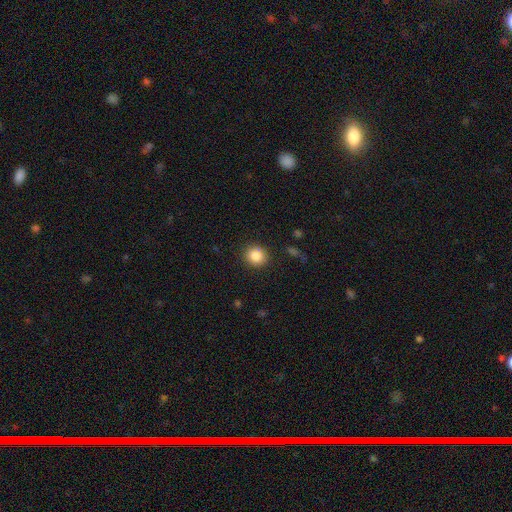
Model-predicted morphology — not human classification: The model was most divided on "how rounded": round: 86%, in between: 13%, cigar-shaped: 1%. More confident: merging — none (89%); smooth or featured — smooth (85%).